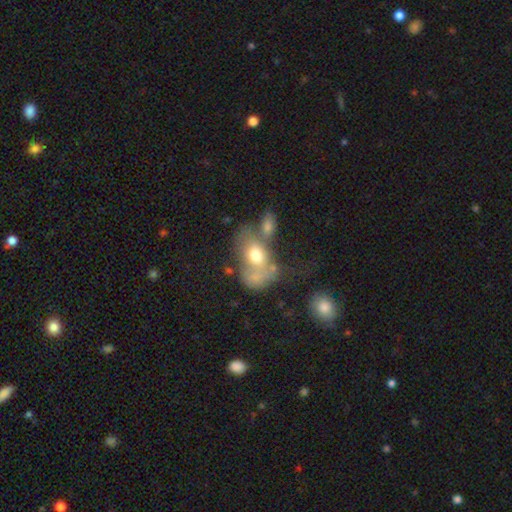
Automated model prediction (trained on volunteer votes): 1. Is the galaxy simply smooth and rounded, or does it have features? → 56% smooth, 34% featured or disk, 10% star or artifact.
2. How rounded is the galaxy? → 79% in between, 19% round, 2% cigar-shaped.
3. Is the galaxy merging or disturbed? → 46% merger, 20% none, 20% major disturbance, 14% minor disturbance.